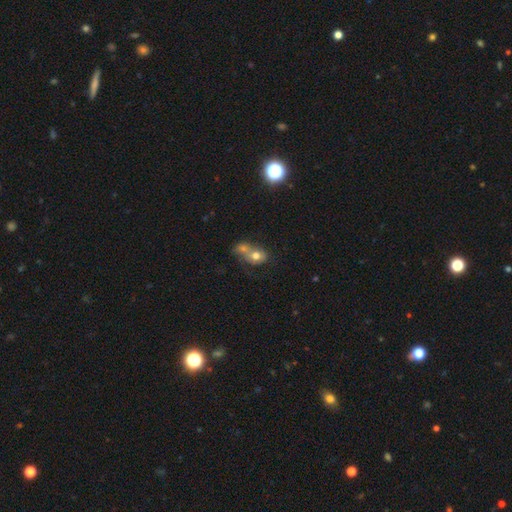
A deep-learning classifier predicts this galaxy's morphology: The model was most divided on "how rounded": in between: 53%, round: 46%, cigar-shaped: 1%. More confident: smooth or featured — smooth (69%); merging — merger (67%).